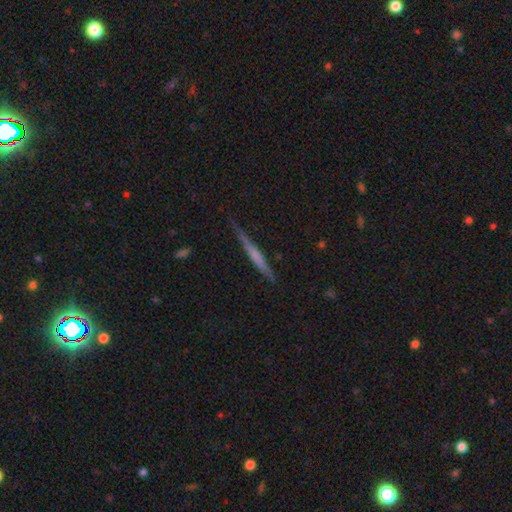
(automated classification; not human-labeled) Overall: featured or disk (59%; smooth 35%). Edge-on disk: yes (97%). Edge-on bulge: none (56%; rounded 27%). Merging: none (85%).